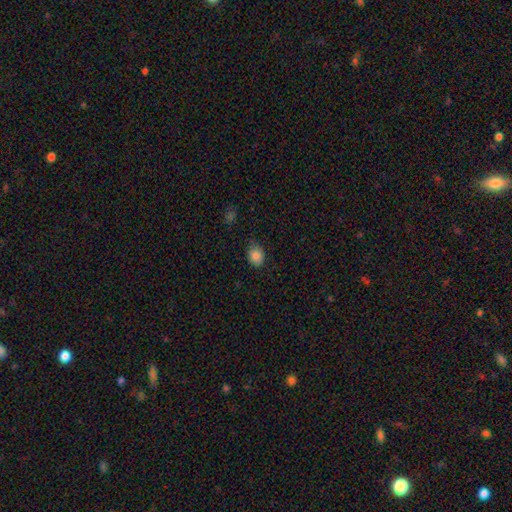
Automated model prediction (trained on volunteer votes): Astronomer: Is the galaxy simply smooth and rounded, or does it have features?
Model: smooth — 85%.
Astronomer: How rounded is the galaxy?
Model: round — 52% (runner-up: in between, 47%).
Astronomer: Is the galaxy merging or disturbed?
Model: none — 72%.